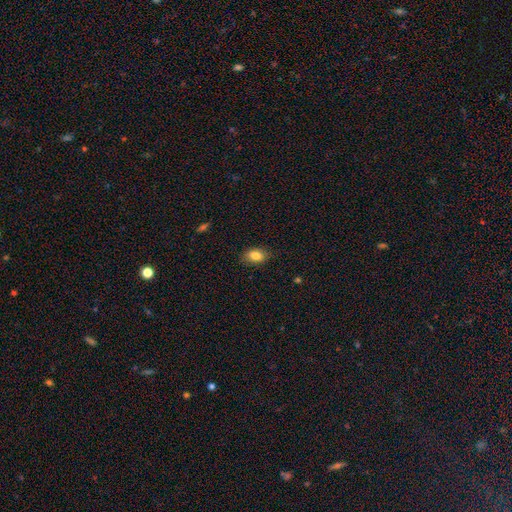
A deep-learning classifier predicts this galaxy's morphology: smooth 84%, star or artifact 8%, featured or disk 8%. Down the decision tree: how rounded — in between (85%); merging — none (84%).